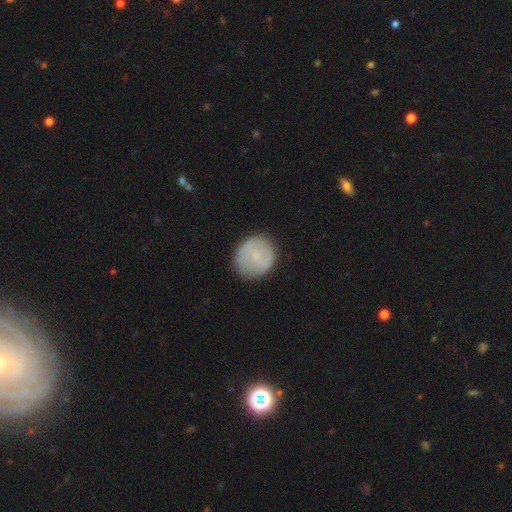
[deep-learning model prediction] Smooth or featured? smooth (72%)
How rounded? round (87%)
Merging? none (83%)